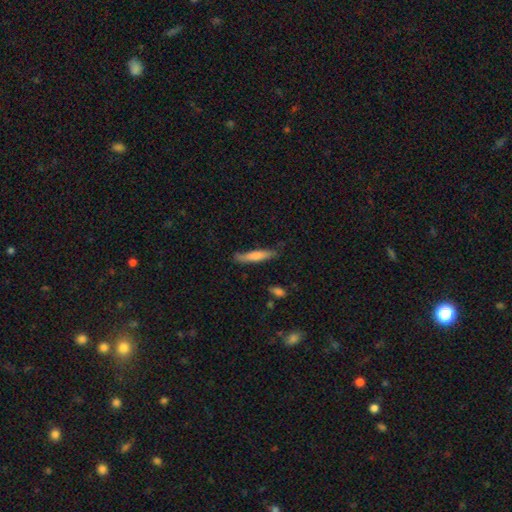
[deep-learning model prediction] Morphology: type=smooth (70%); roundness=cigar-shaped (89%); merging=none (74%).